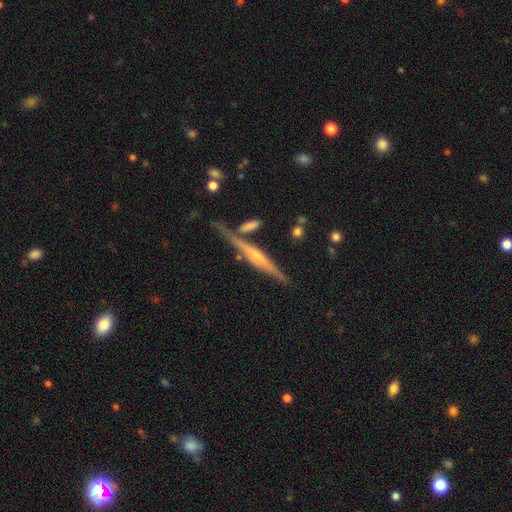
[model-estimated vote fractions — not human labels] Smooth or featured: featured or disk — 76% (smooth — 17%)
Edge-on disk: yes — 97% (no — 3%)
Edge-on bulge: rounded — 71% (none — 17%)
Merging: none — 77% (minor disturbance — 12%)